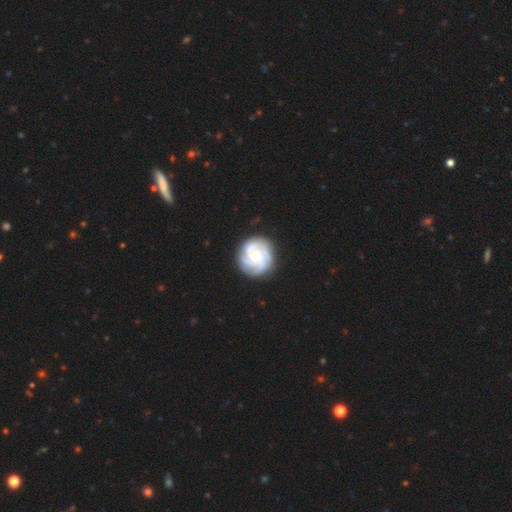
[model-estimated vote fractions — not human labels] Overall: featured or disk (82%). Edge-on disk: no (98%). Bar: no (73%). Spiral arms: yes (97%). Spiral arm count: 3 (33%; 4 25%). Spiral winding: tight (72%). Bulge size: small (45%; moderate 43%). Merging: none (82%).